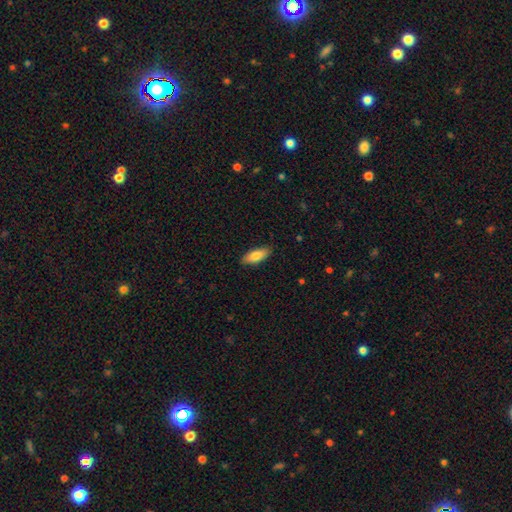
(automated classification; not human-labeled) Morphology: type=smooth (80%); roundness=in between (75%); merging=none (87%).